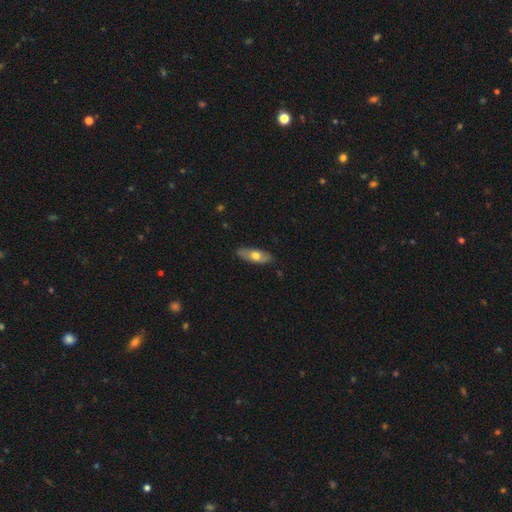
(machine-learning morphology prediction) Smooth or featured?
  - smooth: 59% *
  - featured or disk: 35%
  - star or artifact: 5%
How rounded?
  - in between: 62% *
  - cigar-shaped: 35%
  - round: 3%
Merging?
  - none: 85% *
  - minor disturbance: 12%
  - major disturbance: 2%
  - merger: 1%